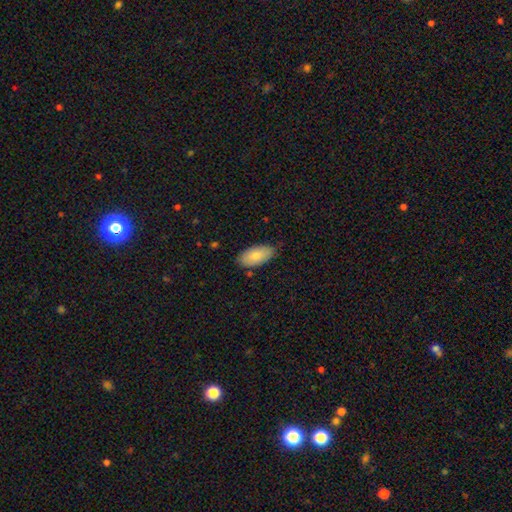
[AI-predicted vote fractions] The model was most divided on "merging": none: 79%, minor disturbance: 17%, major disturbance: 3%, merger: 2%. More confident: how rounded — in between (94%); smooth or featured — smooth (82%).